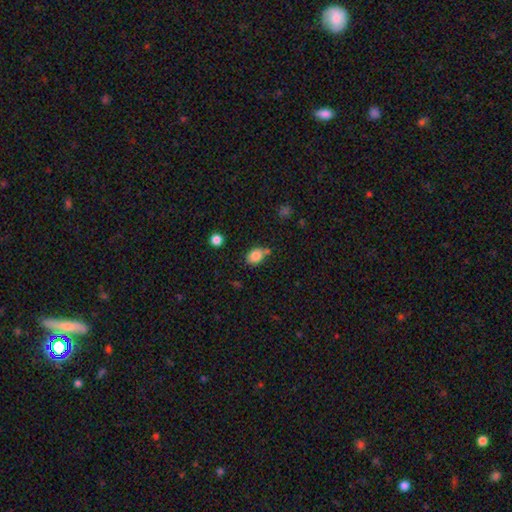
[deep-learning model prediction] Smooth or featured: smooth — 84% (star or artifact — 10%)
How rounded: in between — 70% (round — 29%)
Merging: none — 60% (minor disturbance — 20%)